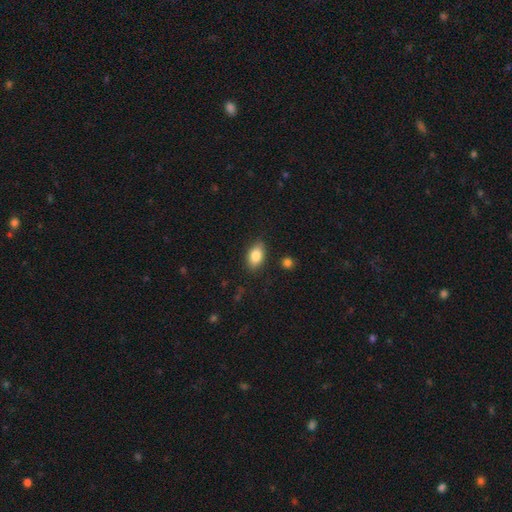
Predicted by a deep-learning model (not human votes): Q: Smooth or featured?
A: smooth (83%); runner-up: featured or disk (10%)
Q: How rounded?
A: in between (89%); runner-up: round (8%)
Q: Merging?
A: none (84%); runner-up: minor disturbance (12%)